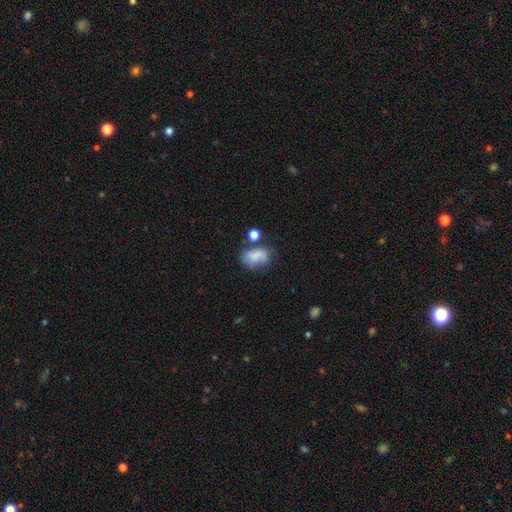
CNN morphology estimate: Smooth or featured? Predicted: smooth (p=0.72). How rounded? Predicted: in between (p=0.80). Merging? Predicted: none (p=0.44).